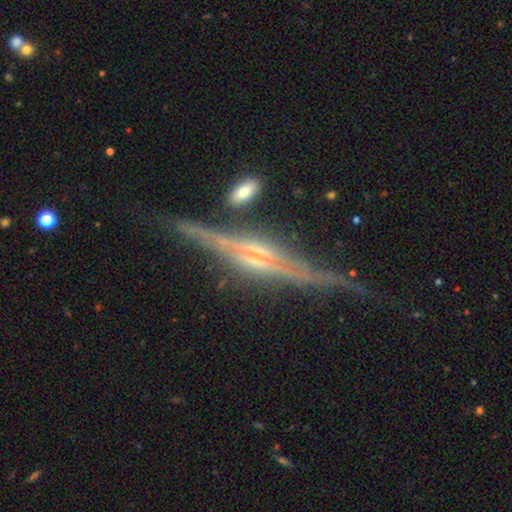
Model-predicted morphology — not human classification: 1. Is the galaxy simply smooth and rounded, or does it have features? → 87% featured or disk, 7% star or artifact, 6% smooth.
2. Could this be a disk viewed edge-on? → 96% yes, 4% no.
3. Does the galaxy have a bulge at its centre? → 55% rounded, 30% boxy, 14% none.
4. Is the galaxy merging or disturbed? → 75% none, 15% minor disturbance, 5% major disturbance, 5% merger.